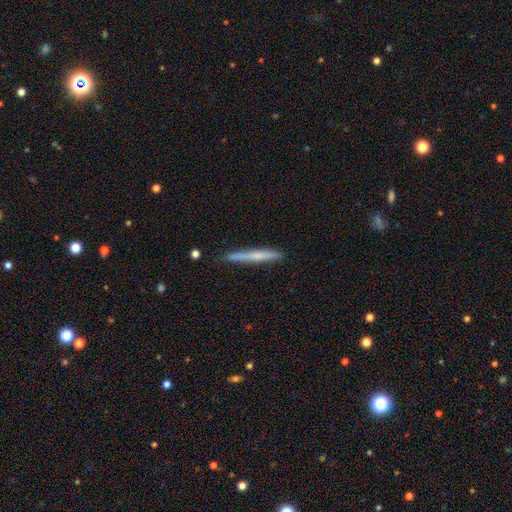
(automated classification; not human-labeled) The model was most divided on "smooth or featured": smooth: 48%, featured or disk: 46%, star or artifact: 6%. More confident: merging — none (87%).